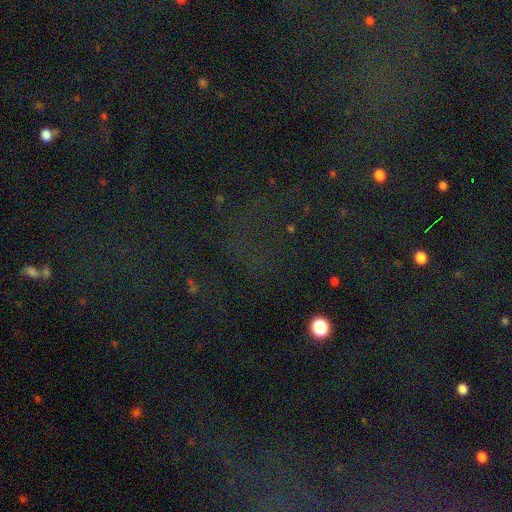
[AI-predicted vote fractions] This is likely a star or artifact rather than a galaxy (75%).